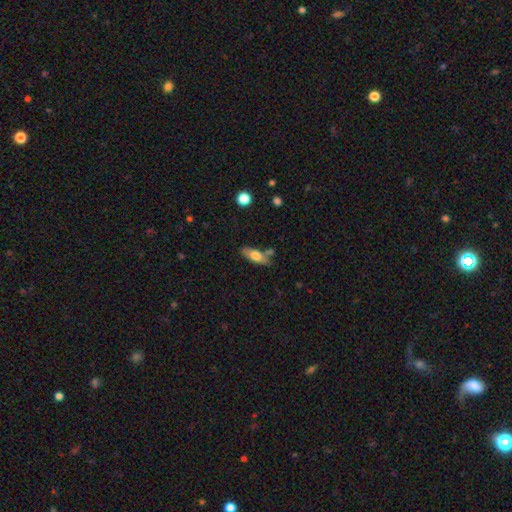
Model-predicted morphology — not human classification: smooth-or-featured: smooth: 66% | featured or disk: 27% | star or artifact: 7%
  how-rounded: in between: 69% | cigar-shaped: 28% | round: 3%
  merging: none: 68% | minor disturbance: 18% | merger: 9% | major disturbance: 4%